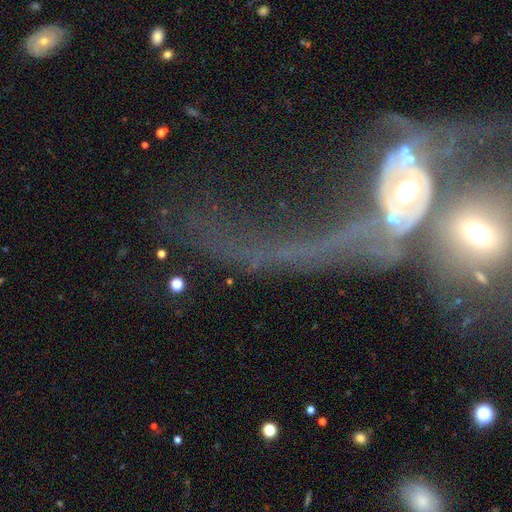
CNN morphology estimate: The model was most divided on "spiral arms": no: 53%, yes: 47%. More confident: edge-on disk — no (88%); bar — no (67%); merging — merger (62%); smooth or featured — featured or disk (59%); bulge size — moderate (52%).